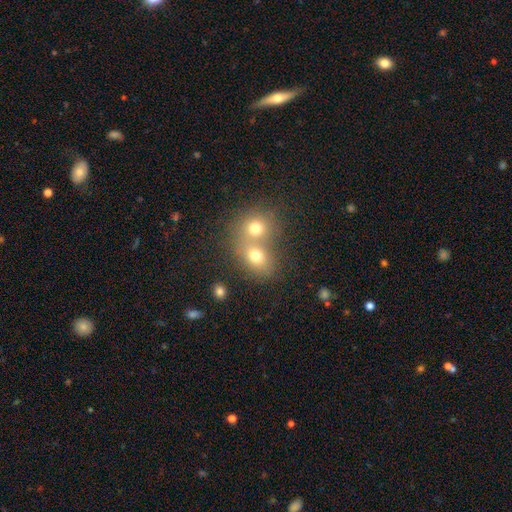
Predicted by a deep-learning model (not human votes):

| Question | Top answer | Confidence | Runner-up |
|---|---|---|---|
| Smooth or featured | smooth | 70% | featured or disk (16%) |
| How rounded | round | 59% | in between (40%) |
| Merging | merger | 60% | none (31%) |